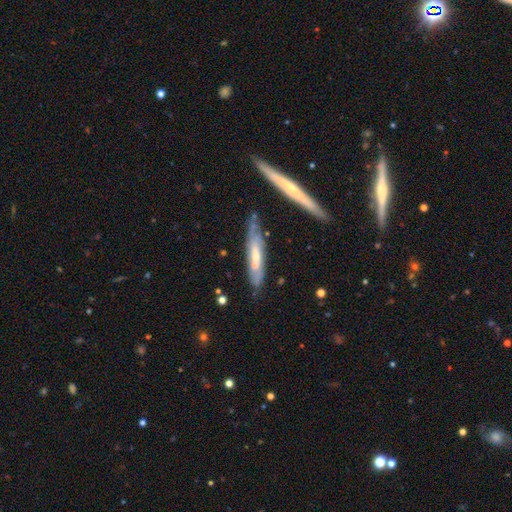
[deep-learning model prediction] This is possibly a featured or disk galaxy (57%). It is possibly viewed edge-on (60%). Merging: likely none (68%).